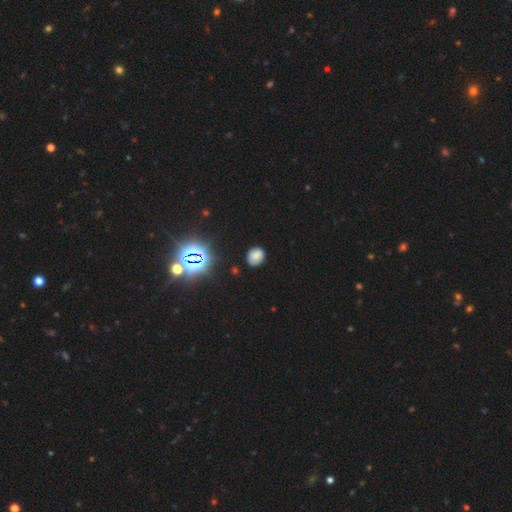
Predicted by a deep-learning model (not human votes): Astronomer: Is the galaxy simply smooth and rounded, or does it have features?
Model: smooth — 72%.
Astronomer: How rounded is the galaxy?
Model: round — 54% (runner-up: in between, 45%).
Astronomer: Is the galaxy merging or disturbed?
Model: none — 78%.